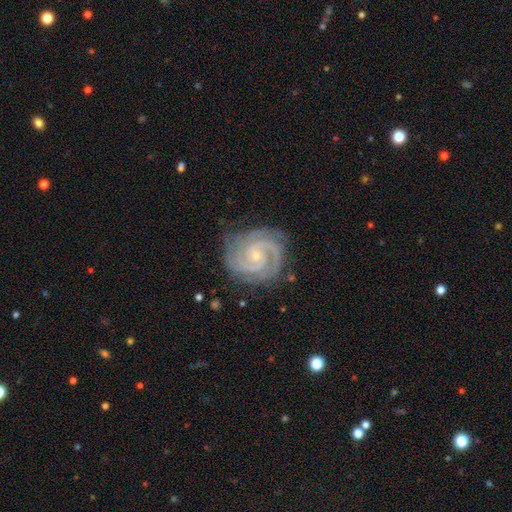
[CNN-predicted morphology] Smooth or featured: featured or disk — 92% (star or artifact — 5%)
Edge-on disk: no — 98% (yes — 2%)
Bar: no — 64% (weak — 27%)
Spiral arms: yes — 99% (no — 1%)
Spiral winding: tight — 75% (medium — 23%)
Spiral arm count: 2 — 57% (3 — 24%)
Bulge size: small — 80% (moderate — 17%)
Merging: none — 80% (minor disturbance — 15%)